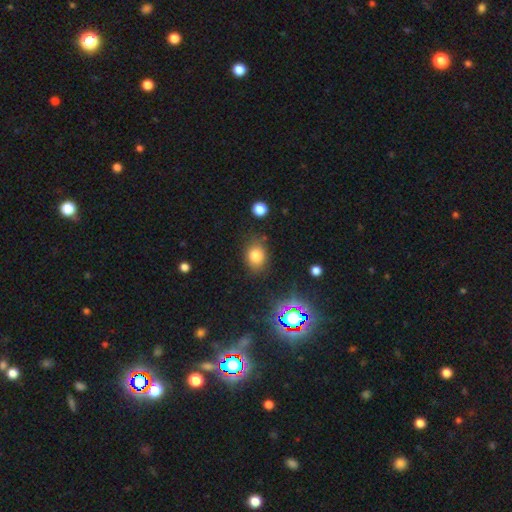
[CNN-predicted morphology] Q: Smooth or featured?
A: smooth (78%); runner-up: star or artifact (15%)
Q: How rounded?
A: round (50%); runner-up: in between (49%)
Q: Merging?
A: none (77%); runner-up: minor disturbance (16%)